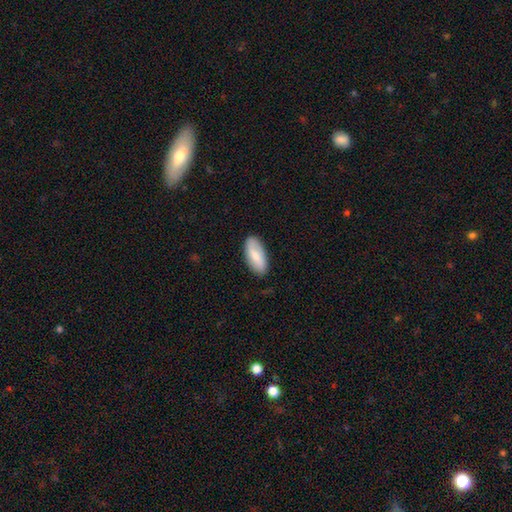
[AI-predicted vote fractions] smooth-or-featured: smooth: 73% | featured or disk: 22% | star or artifact: 5%
  how-rounded: in between: 86% | cigar-shaped: 12% | round: 2%
  merging: none: 85% | minor disturbance: 11% | major disturbance: 2% | merger: 1%